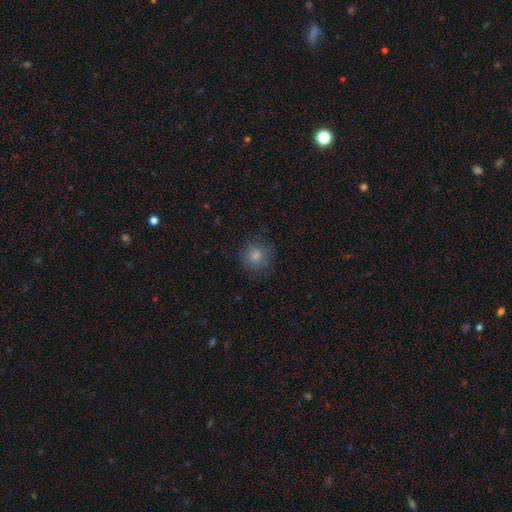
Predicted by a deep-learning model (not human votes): Smooth or featured: smooth — 80% (star or artifact — 10%)
How rounded: round — 88% (in between — 11%)
Merging: none — 78% (minor disturbance — 15%)